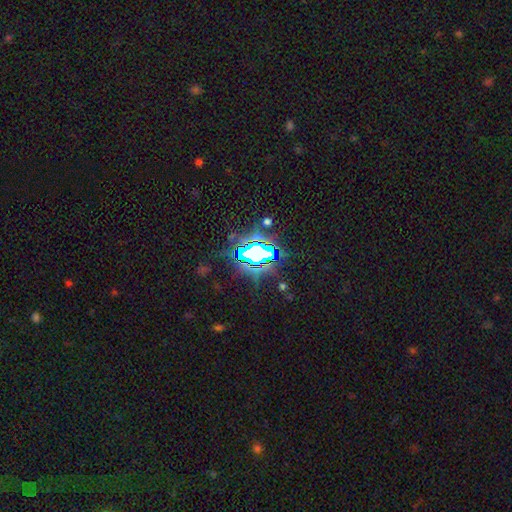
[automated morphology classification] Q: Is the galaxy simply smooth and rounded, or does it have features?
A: star or artifact — 72%.